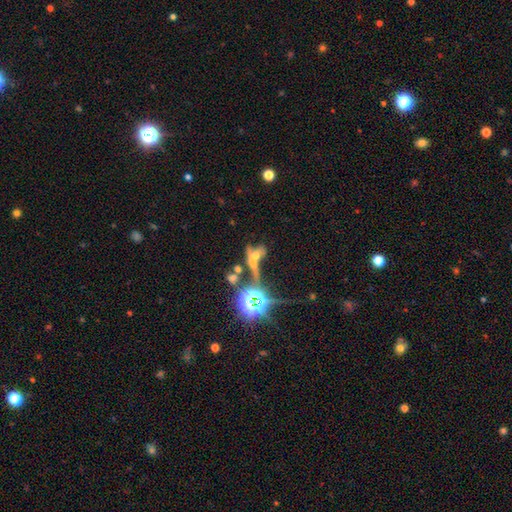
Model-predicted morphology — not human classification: Smooth or featured: star or artifact — 37% (smooth — 32%)